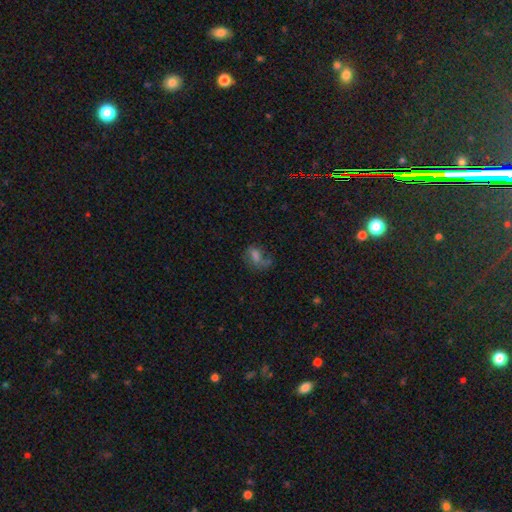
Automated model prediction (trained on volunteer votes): Overall: smooth (46%; featured or disk 28%). Merging: none (42%; major disturbance 24%).